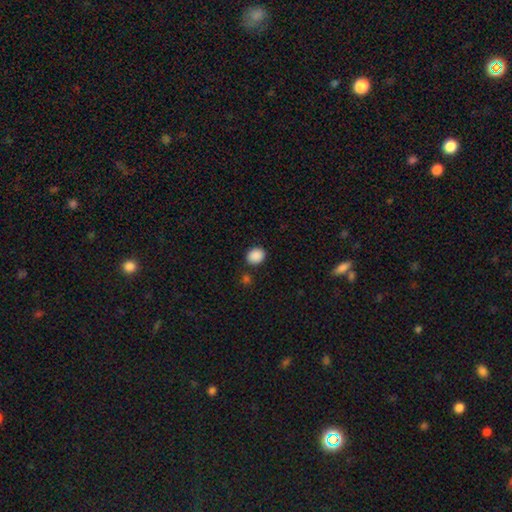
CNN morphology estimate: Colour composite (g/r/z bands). It shows a smooth galaxy with no disk features (89%) that is round (58%). Merging: none (84%).